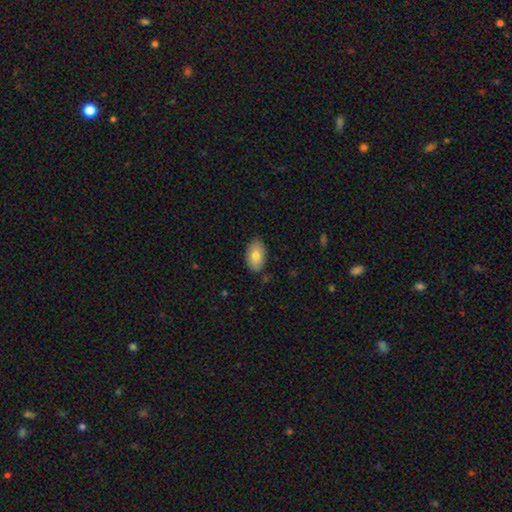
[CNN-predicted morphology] smooth-or-featured: smooth: 79% | featured or disk: 14% | star or artifact: 7%
  how-rounded: in between: 92% | round: 7% | cigar-shaped: 1%
  merging: none: 84% | minor disturbance: 12% | major disturbance: 2% | merger: 1%